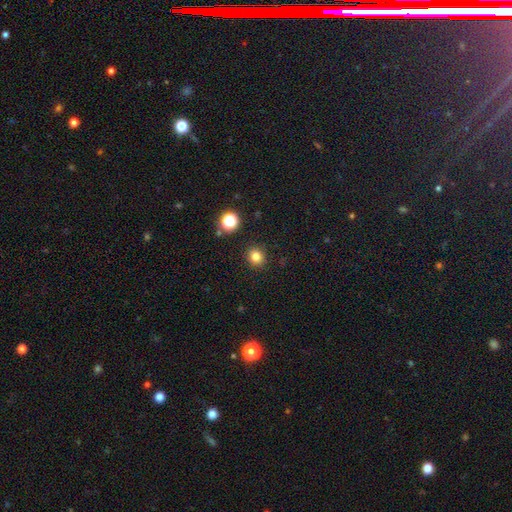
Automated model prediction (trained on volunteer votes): Morphology: type=smooth (82%); roundness=round (83%); merging=none (90%).